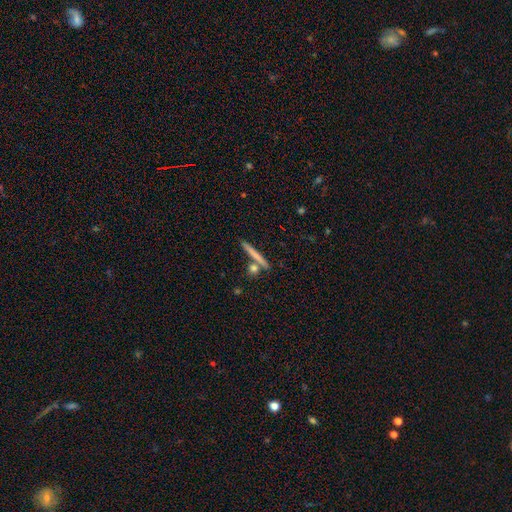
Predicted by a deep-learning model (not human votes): Overall: smooth (66%; featured or disk 27%). How rounded: cigar-shaped (92%). Merging: none (79%).